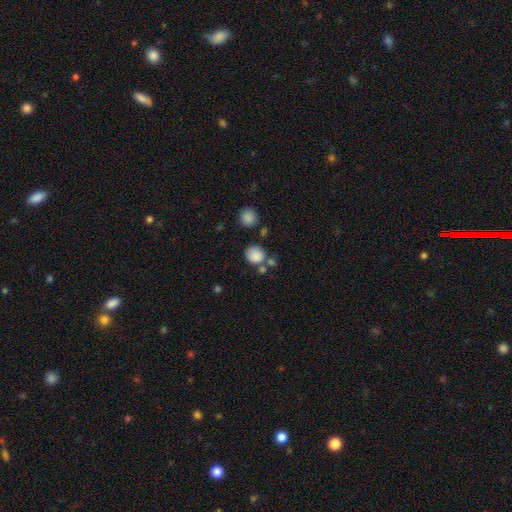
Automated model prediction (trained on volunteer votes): Smooth or featured?
  - smooth: 84% *
  - star or artifact: 10%
  - featured or disk: 6%
How rounded?
  - round: 80% *
  - in between: 19%
  - cigar-shaped: 1%
Merging?
  - none: 60% *
  - merger: 19%
  - minor disturbance: 15%
  - major disturbance: 6%